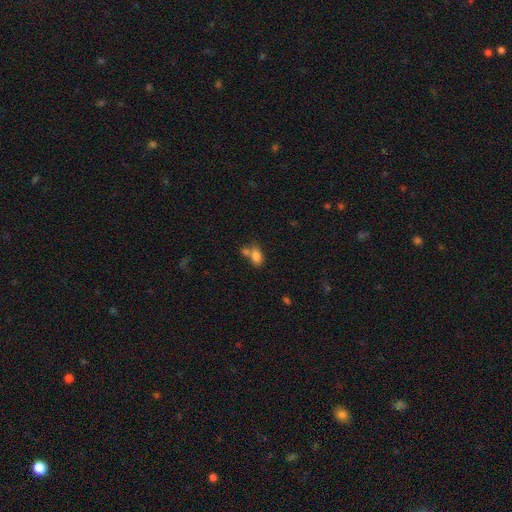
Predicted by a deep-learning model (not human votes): A smooth galaxy with no disk features (80%) that is in between round and cigar-shaped (83%). Merging: none (41%, tied with merger).